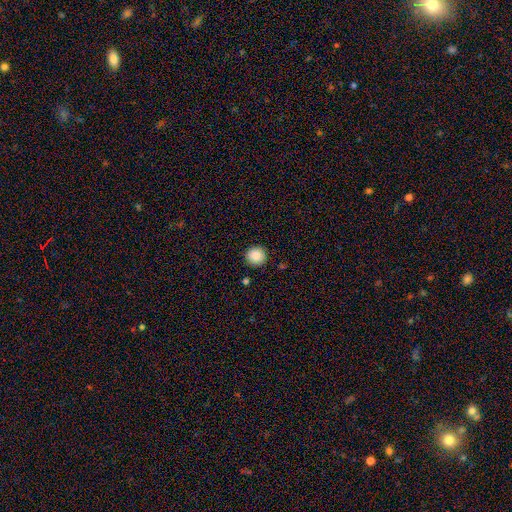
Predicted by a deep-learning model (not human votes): smooth-or-featured: smooth: 87% | star or artifact: 9% | featured or disk: 4%
  how-rounded: round: 94% | in between: 5% | cigar-shaped: 1%
  merging: none: 91% | minor disturbance: 6% | major disturbance: 2% | merger: 1%